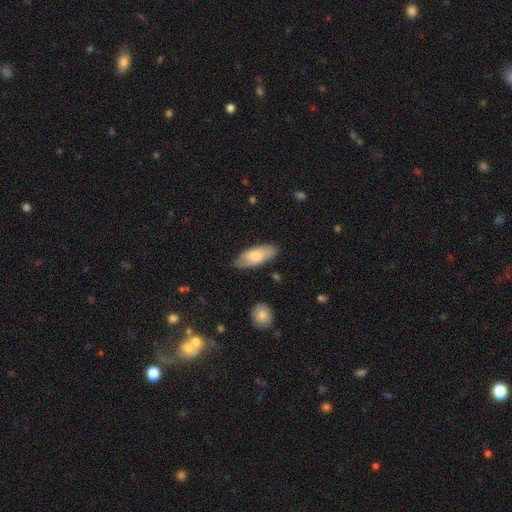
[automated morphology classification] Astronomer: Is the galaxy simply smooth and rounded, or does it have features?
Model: smooth — 75%.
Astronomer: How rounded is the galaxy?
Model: in between — 83%.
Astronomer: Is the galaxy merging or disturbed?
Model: none — 77%.